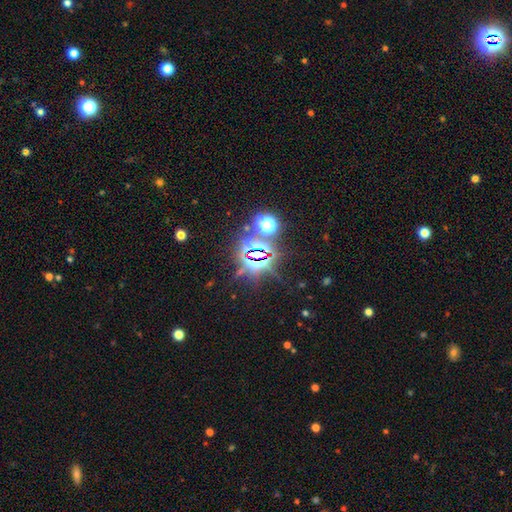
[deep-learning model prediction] A star or artifact, not a galaxy (79%).

Vote fractions:
- Smooth or featured? star or artifact: 79% / smooth: 12% / featured or disk: 8%